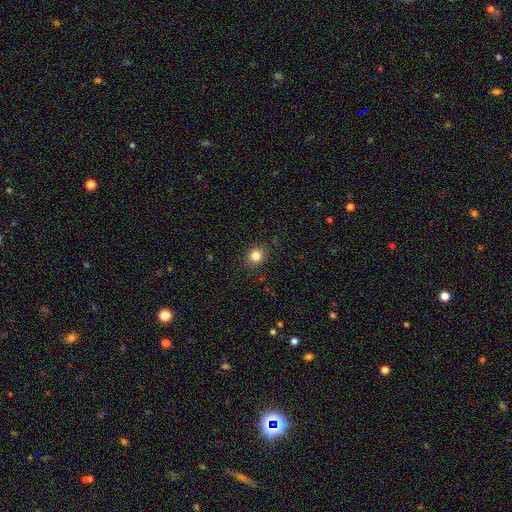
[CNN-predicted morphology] Smooth or featured? Predicted: smooth (p=0.83). How rounded? Predicted: round (p=0.87). Merging? Predicted: none (p=0.90).